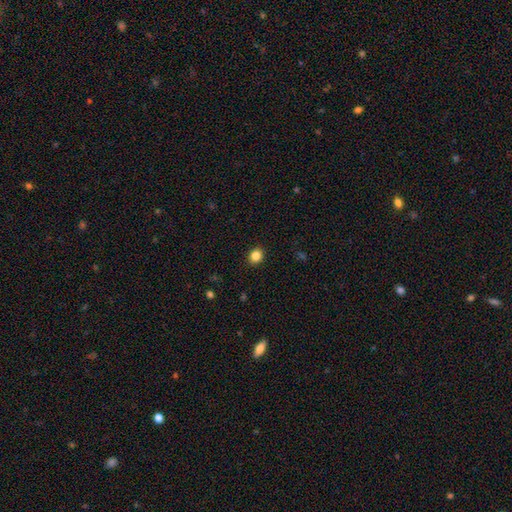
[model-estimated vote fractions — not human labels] smooth_or_featured: smooth (p=0.84) [alt: star or artifact p=0.11]
how_rounded: round (p=0.70) [alt: in between p=0.29]
merging: none (p=0.91) [alt: minor disturbance p=0.06]